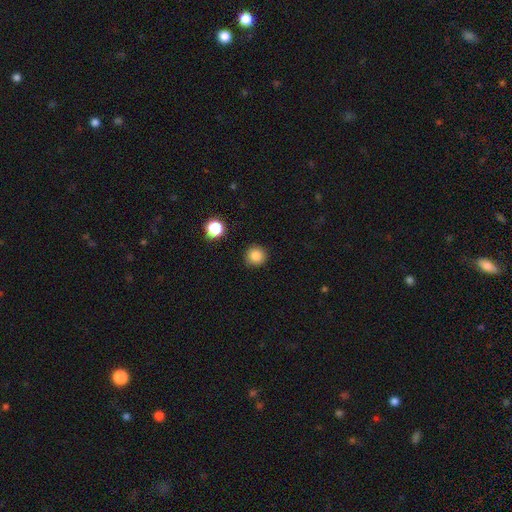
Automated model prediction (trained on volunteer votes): Smooth or featured? Predicted: smooth (p=0.85). How rounded? Predicted: round (p=0.94). Merging? Predicted: none (p=0.91).